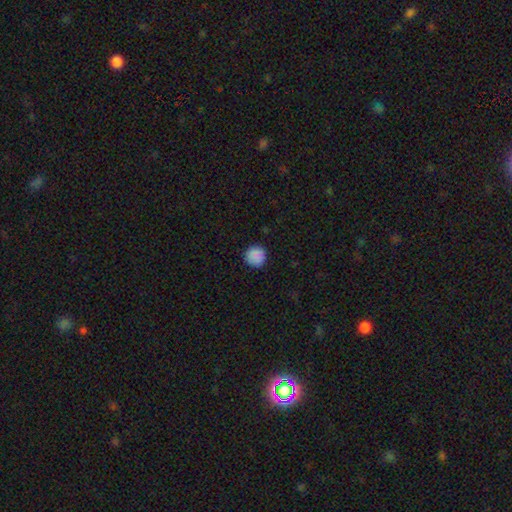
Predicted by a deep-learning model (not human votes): A smooth galaxy with no disk features (88%) that is round (94%).

Vote fractions:
- Smooth or featured? smooth: 88% / star or artifact: 9% / featured or disk: 3%
- How rounded? round: 94% / in between: 5% / cigar-shaped: 1%
- Merging? none: 89% / minor disturbance: 8% / major disturbance: 2% / merger: 1%